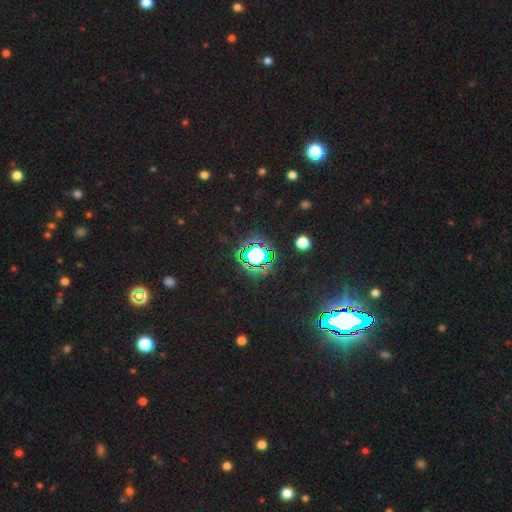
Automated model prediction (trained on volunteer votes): The model was most divided on "smooth or featured": star or artifact: 71%, smooth: 19%, featured or disk: 10%.